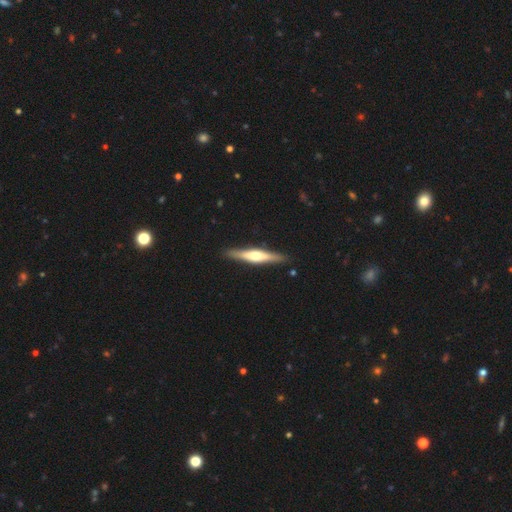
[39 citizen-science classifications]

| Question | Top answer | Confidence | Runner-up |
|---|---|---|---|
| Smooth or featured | featured or disk | 54% | smooth (38%) |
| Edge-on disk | yes | 86% | no (14%) |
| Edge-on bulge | rounded | 94% | boxy (6%) |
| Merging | none | 92% | minor disturbance (8%) |